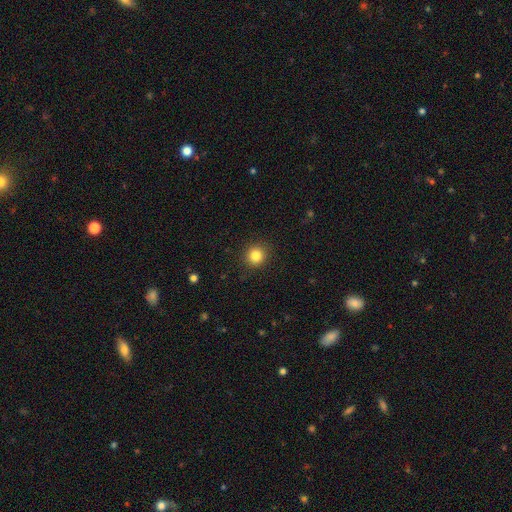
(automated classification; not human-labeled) This is clearly a smooth galaxy (84%). How rounded: clearly round (91%). Merging: clearly none (90%).